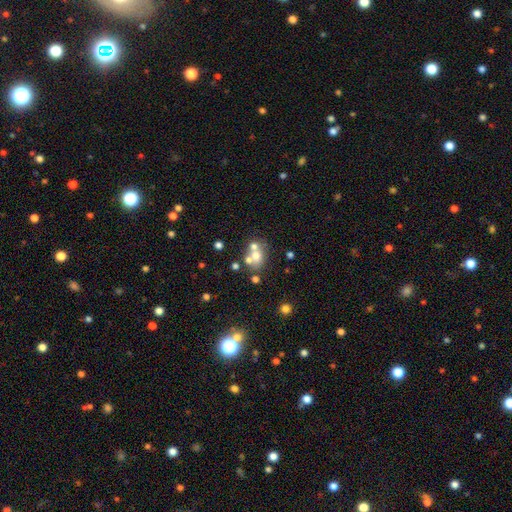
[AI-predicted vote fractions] smooth-or-featured: smooth: 57% | featured or disk: 27% | star or artifact: 16%
  how-rounded: round: 60% | in between: 39% | cigar-shaped: 1%
  merging: merger: 43% | none: 41% | minor disturbance: 10% | major disturbance: 6%